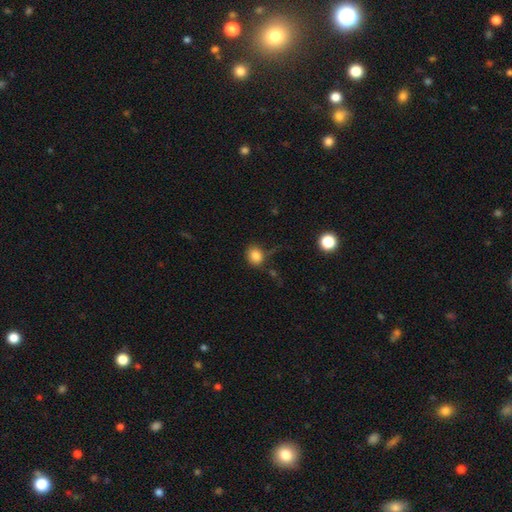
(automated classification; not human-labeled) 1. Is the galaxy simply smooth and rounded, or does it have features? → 84% smooth, 11% star or artifact, 5% featured or disk.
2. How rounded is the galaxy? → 60% round, 39% in between, 1% cigar-shaped.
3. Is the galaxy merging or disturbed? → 66% none, 21% minor disturbance, 9% major disturbance, 5% merger.